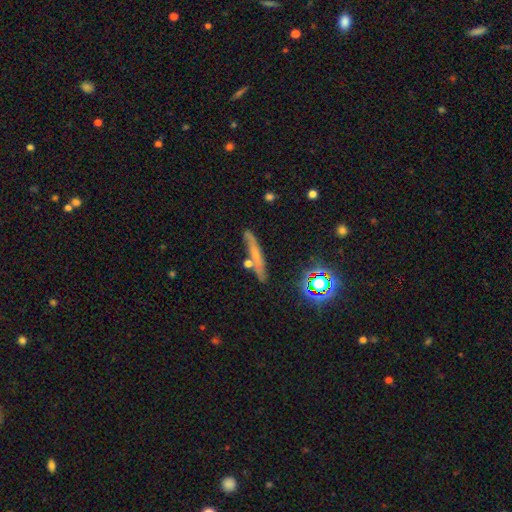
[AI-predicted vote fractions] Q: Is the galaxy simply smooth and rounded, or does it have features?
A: smooth — 50%.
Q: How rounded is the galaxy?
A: cigar-shaped — 87%.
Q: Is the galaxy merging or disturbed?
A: none — 76%.